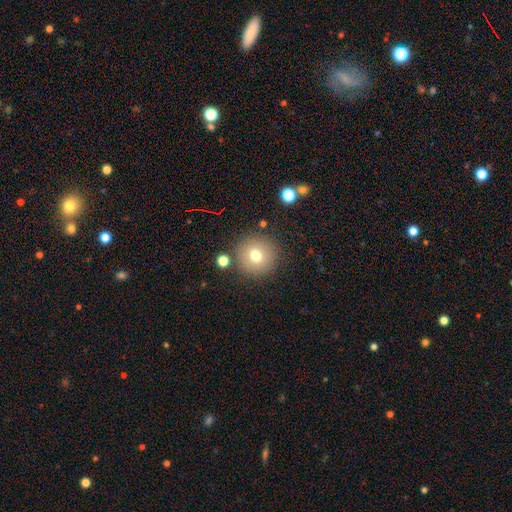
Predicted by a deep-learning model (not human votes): smooth_or_featured: smooth (p=0.74) [alt: featured or disk p=0.13]
how_rounded: round (p=0.95) [alt: in between p=0.04]
merging: none (p=0.86) [alt: minor disturbance p=0.08]